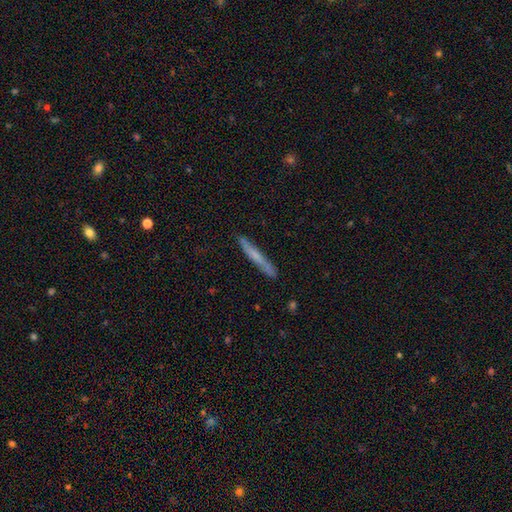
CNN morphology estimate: Smooth or featured?
  - smooth: 49% *
  - featured or disk: 44%
  - star or artifact: 7%
Merging?
  - none: 86% *
  - minor disturbance: 11%
  - major disturbance: 2%
  - merger: 1%